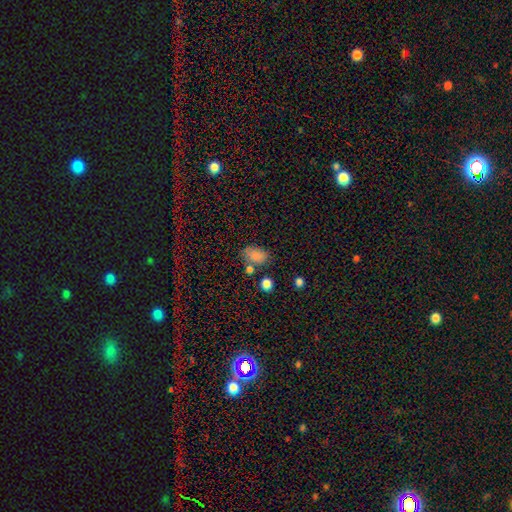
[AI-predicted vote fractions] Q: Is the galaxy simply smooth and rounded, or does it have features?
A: smooth — 81%.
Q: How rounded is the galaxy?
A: in between — 85%.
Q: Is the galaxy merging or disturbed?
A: none — 62%.